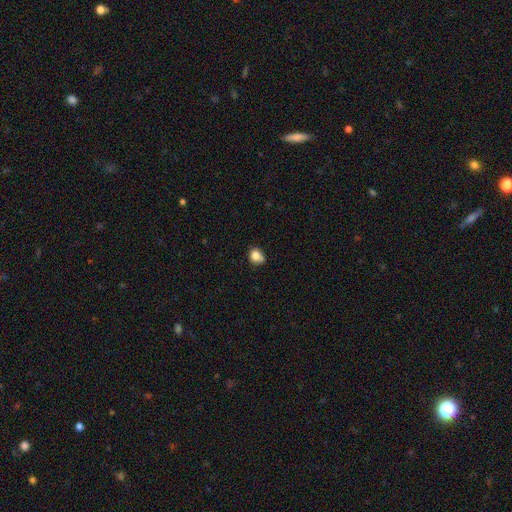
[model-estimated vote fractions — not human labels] Q: Smooth or featured?
A: smooth (80%); runner-up: star or artifact (11%)
Q: How rounded?
A: round (67%); runner-up: in between (32%)
Q: Merging?
A: none (54%); runner-up: minor disturbance (27%)